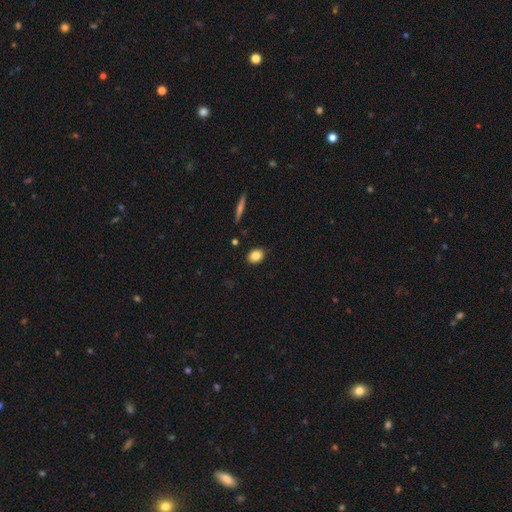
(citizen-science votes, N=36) Smooth or featured: smooth — 92% (star or artifact — 6%)
How rounded: in between — 67% (round — 24%)
Merging: none — 97% (minor disturbance — 3%)